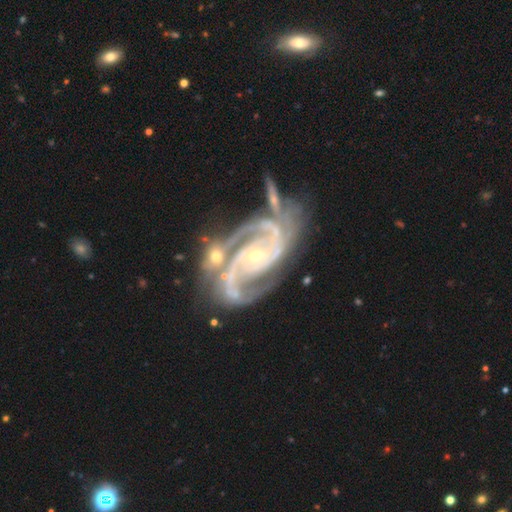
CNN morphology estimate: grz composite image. It shows a featured or disk galaxy (93%) with no bar (50%), 2 (69%) tight (47%) spiral arms (99%) and a small central bulge (80%). Merging: none (47%).